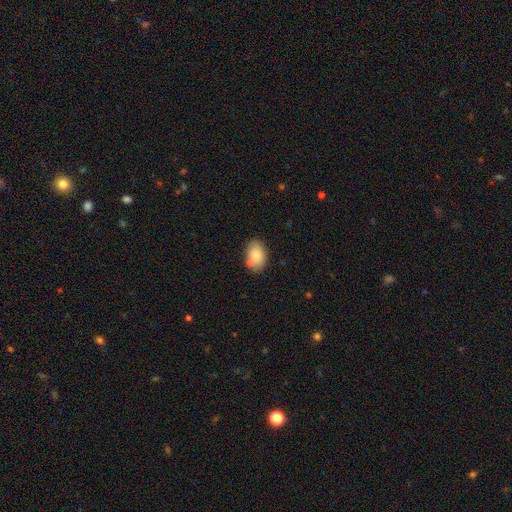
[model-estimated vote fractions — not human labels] smooth_or_featured: smooth (p=0.83) [alt: featured or disk p=0.10]
how_rounded: in between (p=0.87) [alt: round p=0.12]
merging: none (p=0.70) [alt: minor disturbance p=0.16]